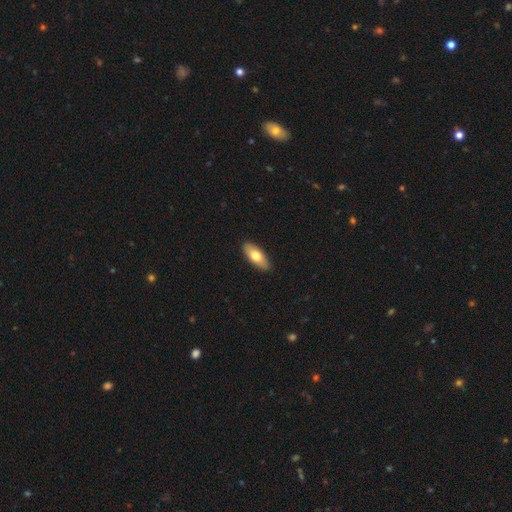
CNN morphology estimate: This is likely a smooth galaxy (70%). How rounded: clearly in between (83%). Merging: clearly none (90%).